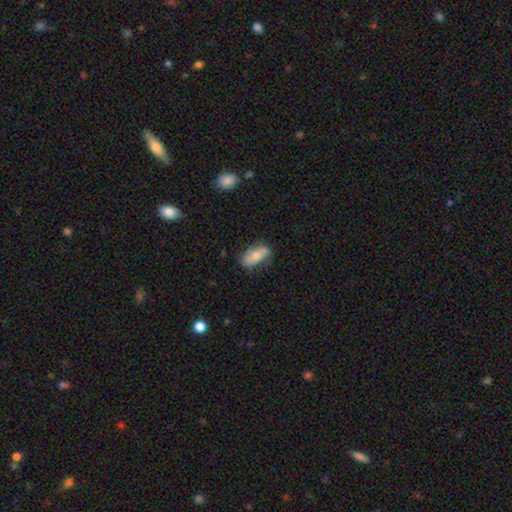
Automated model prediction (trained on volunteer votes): This appears to be a smooth galaxy with no disk features (56%) that is in between round and cigar-shaped (86%). Merging: none (65%).